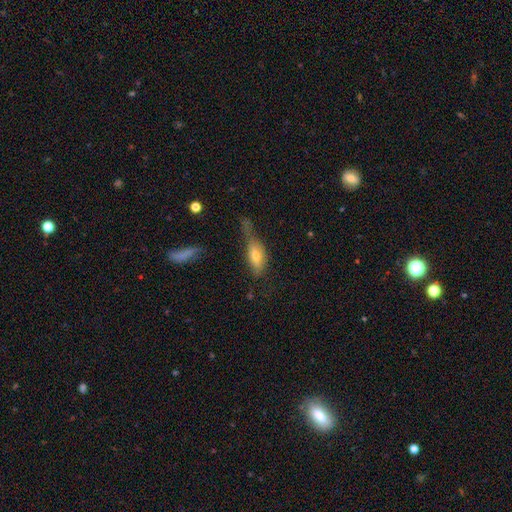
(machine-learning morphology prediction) Smooth or featured: smooth — 61% (featured or disk — 30%)
How rounded: in between — 70% (cigar-shaped — 27%)
Merging: none — 33% (minor disturbance — 30%)